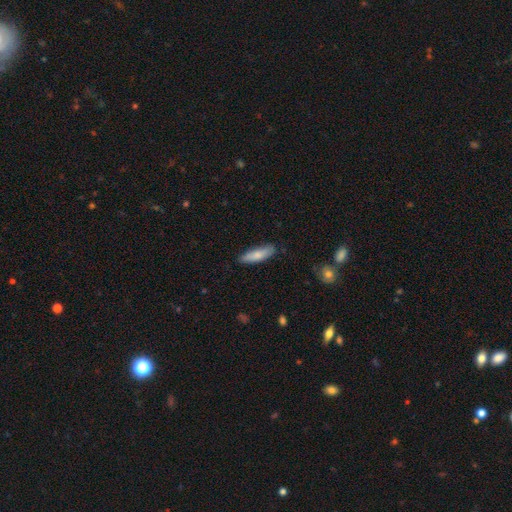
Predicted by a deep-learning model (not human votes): smooth_or_featured: smooth (p=0.80) [alt: featured or disk p=0.14]
how_rounded: cigar-shaped (p=0.56) [alt: in between p=0.43]
merging: none (p=0.82) [alt: minor disturbance p=0.14]